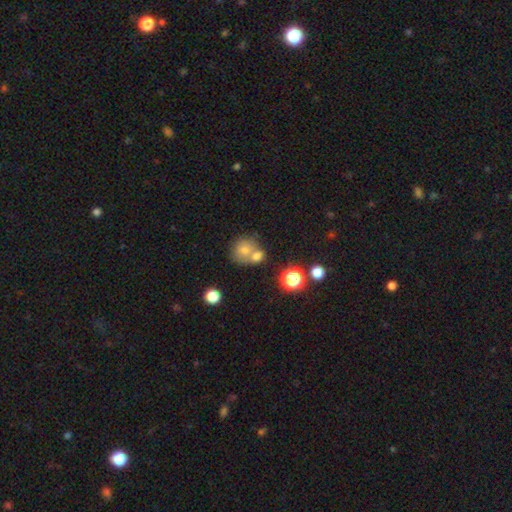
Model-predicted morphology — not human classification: This appears to be a smooth galaxy with no disk features (68%) that is round (78%). Merging: merger (46%).